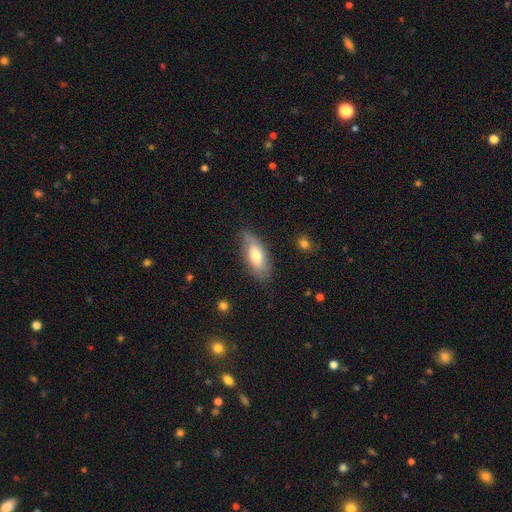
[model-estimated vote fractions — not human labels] Smooth or featured: smooth — 66% (featured or disk — 28%)
How rounded: in between — 78% (cigar-shaped — 19%)
Merging: none — 73% (minor disturbance — 21%)